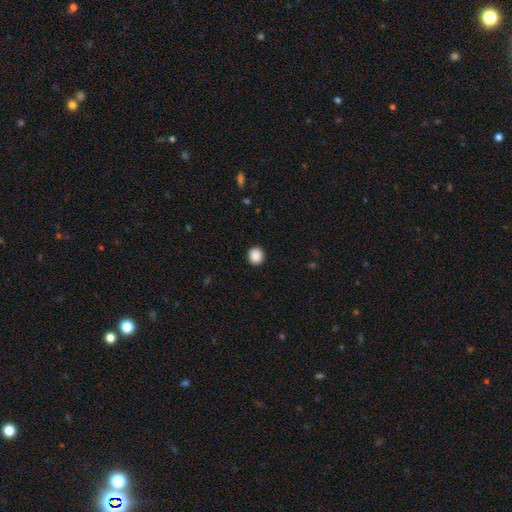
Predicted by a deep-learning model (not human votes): Smooth or featured: smooth — 89% (star or artifact — 9%)
How rounded: round — 87% (in between — 12%)
Merging: none — 92% (minor disturbance — 5%)